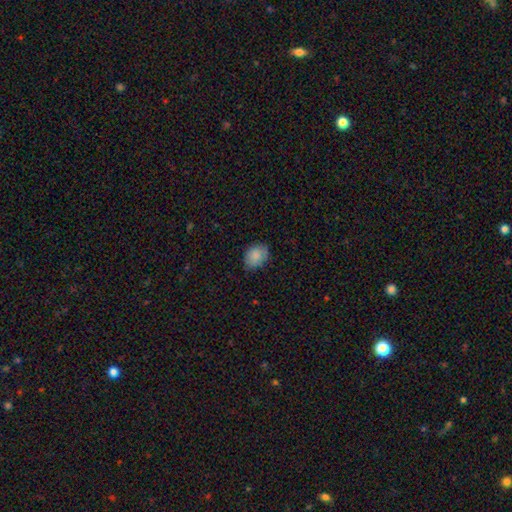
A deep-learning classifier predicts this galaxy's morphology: This is clearly a smooth galaxy (86%). How rounded: likely in between (63%). Merging: likely none (76%).